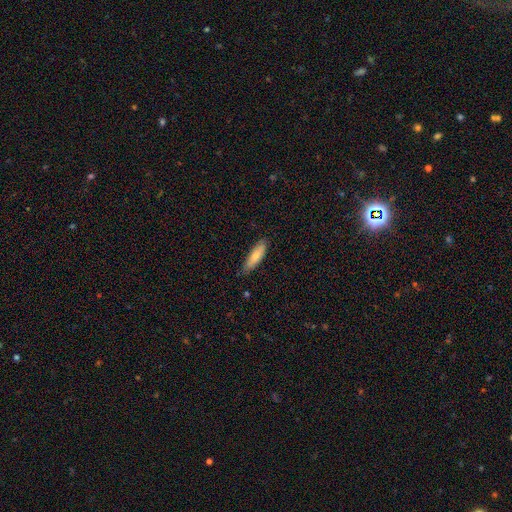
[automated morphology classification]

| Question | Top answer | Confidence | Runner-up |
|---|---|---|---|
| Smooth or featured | smooth | 77% | featured or disk (17%) |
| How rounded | cigar-shaped | 55% | in between (44%) |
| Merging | none | 80% | minor disturbance (17%) |